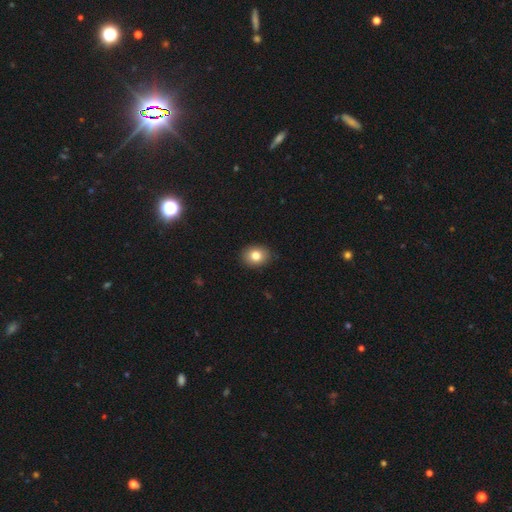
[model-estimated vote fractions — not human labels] A smooth galaxy with no disk features (81%) that is in between round and cigar-shaped (52%). Merging: none (89%).